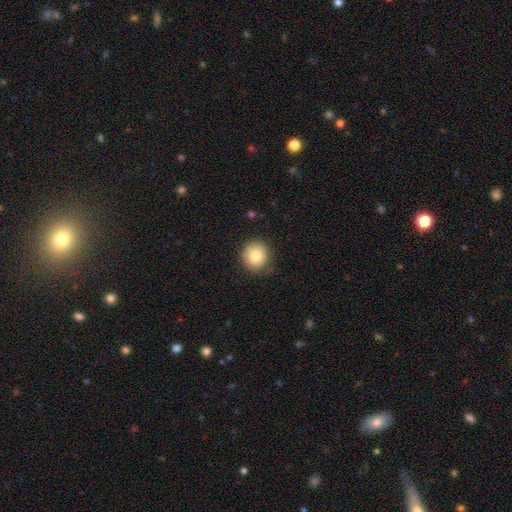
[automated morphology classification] The model was most divided on "merging": none: 82%, minor disturbance: 14%, major disturbance: 3%, merger: 1%. More confident: how rounded — round (86%); smooth or featured — smooth (83%).